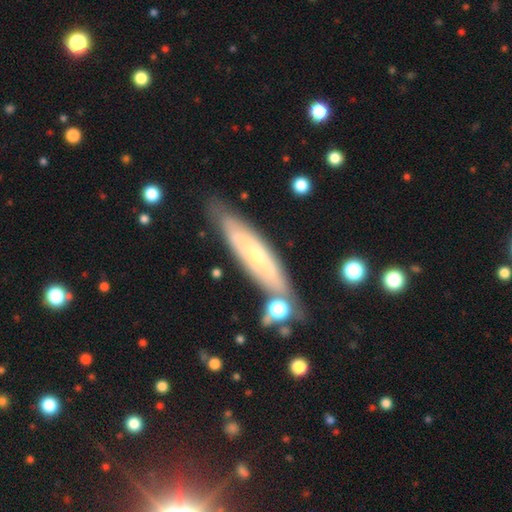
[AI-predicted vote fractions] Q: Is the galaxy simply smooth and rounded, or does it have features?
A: featured or disk — 58%.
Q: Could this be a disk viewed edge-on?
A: yes — 55%.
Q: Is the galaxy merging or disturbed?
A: none — 75%.